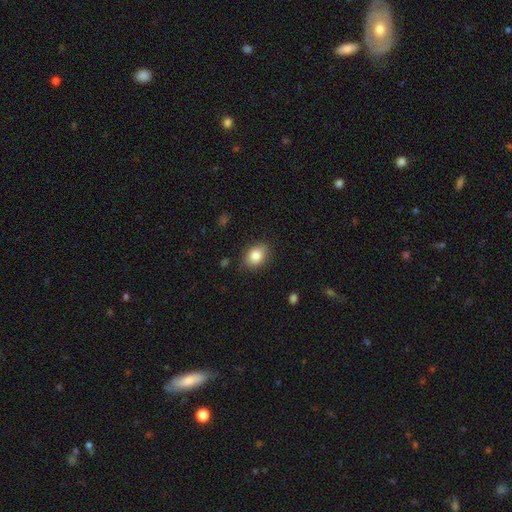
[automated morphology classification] A smooth galaxy with no disk features (84%) that is in between round and cigar-shaped (74%).

Vote fractions:
- Smooth or featured? smooth: 84% / star or artifact: 8% / featured or disk: 8%
- How rounded? in between: 74% / round: 25% / cigar-shaped: 1%
- Merging? none: 82% / minor disturbance: 14% / major disturbance: 3% / merger: 1%